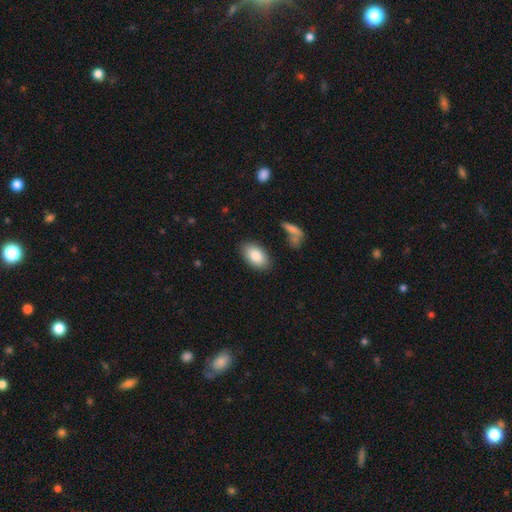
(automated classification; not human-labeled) This appears to be a smooth galaxy with no disk features (86%) that is in between round and cigar-shaped (93%). Merging: none (84%).